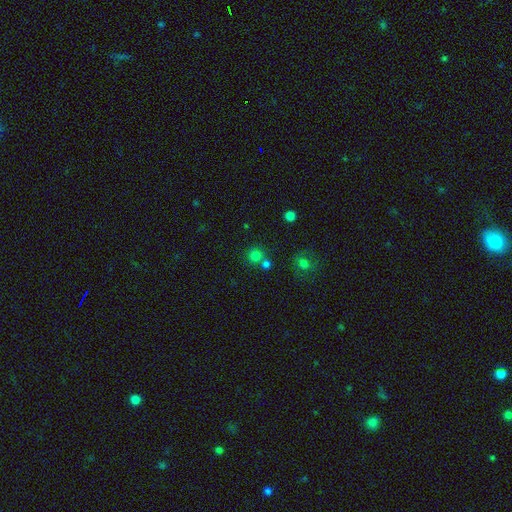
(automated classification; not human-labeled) This is likely a smooth galaxy (74%). How rounded: clearly round (90%). Merging: likely none (64%).